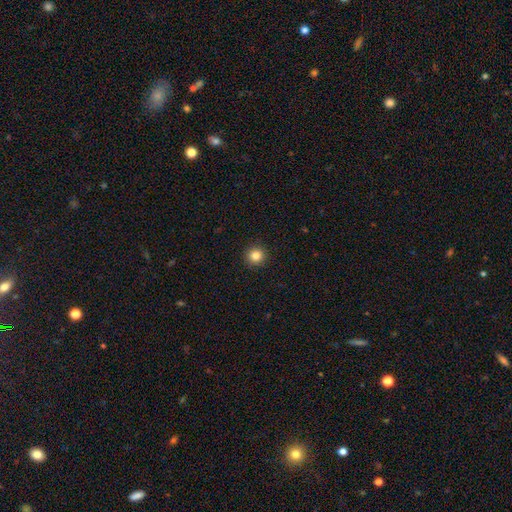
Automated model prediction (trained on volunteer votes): Overall: smooth (84%). How rounded: round (95%). Merging: none (93%).